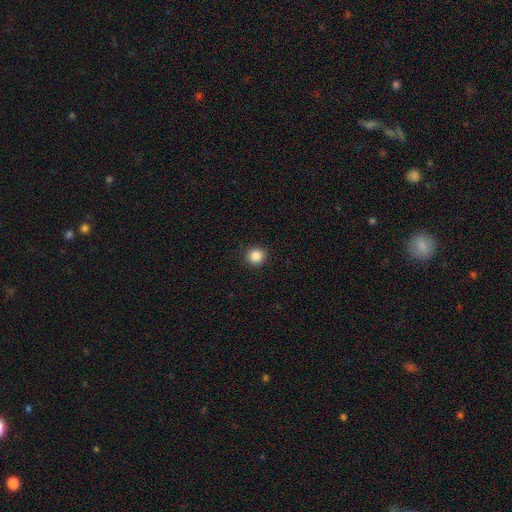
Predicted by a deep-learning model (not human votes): smooth-or-featured: smooth: 87% | star or artifact: 10% | featured or disk: 3%
  how-rounded: round: 93% | in between: 6% | cigar-shaped: 1%
  merging: none: 92% | minor disturbance: 5% | major disturbance: 2% | merger: 1%